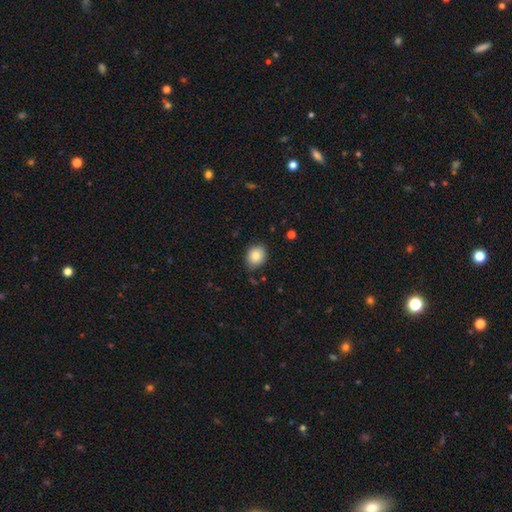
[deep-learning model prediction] Q: Smooth or featured?
A: smooth (82%); runner-up: star or artifact (9%)
Q: How rounded?
A: round (60%); runner-up: in between (40%)
Q: Merging?
A: none (82%); runner-up: minor disturbance (14%)